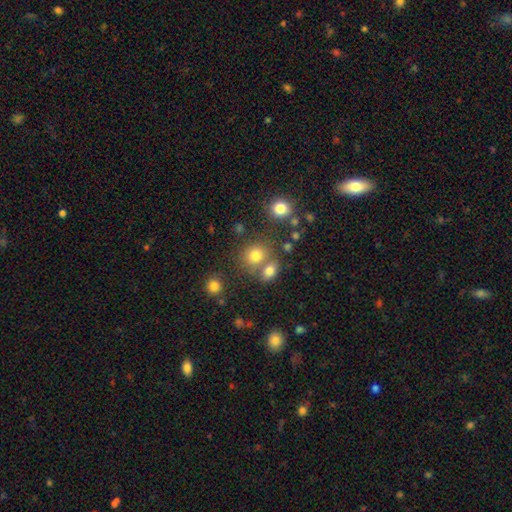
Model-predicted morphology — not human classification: Smooth or featured? smooth (76%)
How rounded? round (74%)
Merging? none (58%)